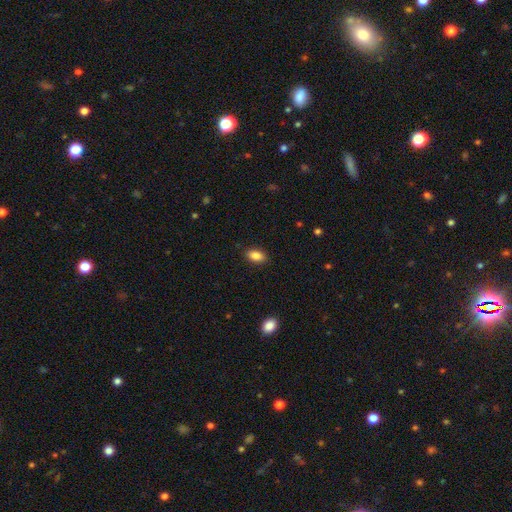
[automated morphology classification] A smooth galaxy with no disk features (87%) that is in between round and cigar-shaped (91%). Merging: none (88%).